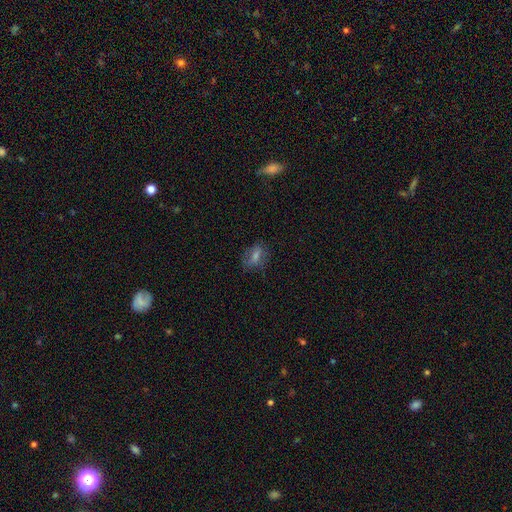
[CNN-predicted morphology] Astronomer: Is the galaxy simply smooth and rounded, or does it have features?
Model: smooth — 52% (runner-up: featured or disk, 28%).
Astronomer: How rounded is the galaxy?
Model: in between — 66%.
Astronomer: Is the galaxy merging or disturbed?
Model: none — 74%.